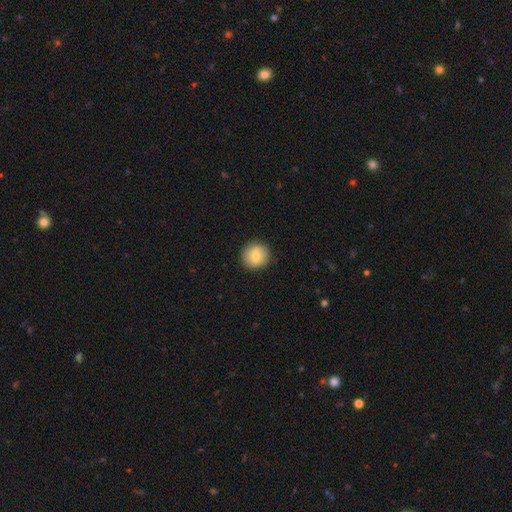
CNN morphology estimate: Q: Smooth or featured?
A: smooth (79%); runner-up: featured or disk (13%)
Q: How rounded?
A: round (92%); runner-up: in between (7%)
Q: Merging?
A: none (90%); runner-up: minor disturbance (7%)